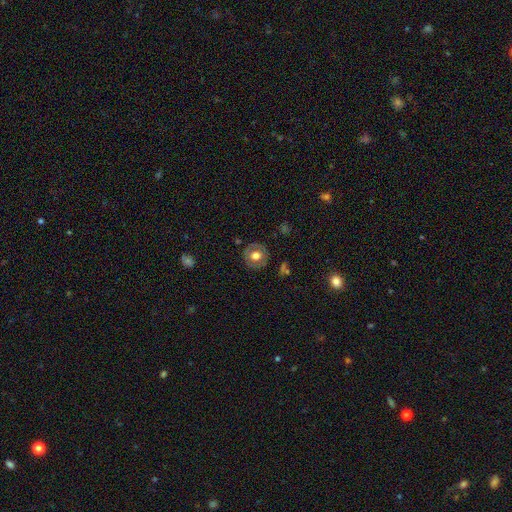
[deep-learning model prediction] The model was most divided on "smooth or featured": smooth: 53%, featured or disk: 39%, star or artifact: 8%. More confident: how rounded — round (87%); merging — none (83%).